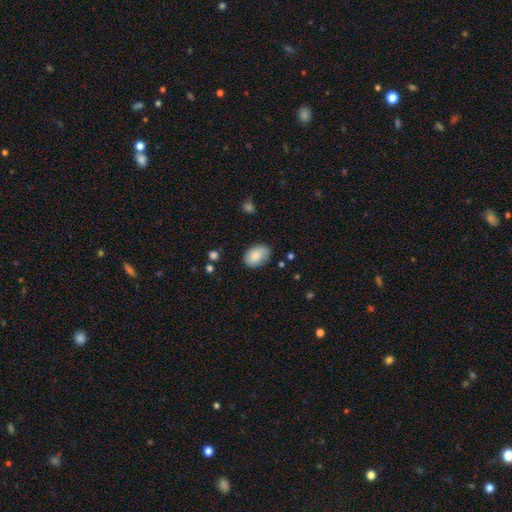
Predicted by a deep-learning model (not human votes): A smooth galaxy with no disk features (85%) that is in between round and cigar-shaped (86%).

Vote fractions:
- Smooth or featured? smooth: 85% / featured or disk: 8% / star or artifact: 7%
- How rounded? in between: 86% / round: 13% / cigar-shaped: 1%
- Merging? none: 78% / minor disturbance: 18% / major disturbance: 3% / merger: 2%